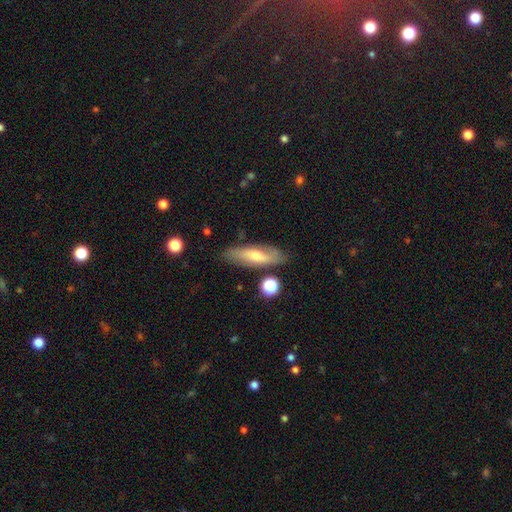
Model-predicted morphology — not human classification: The model was most divided on "smooth or featured": smooth: 51%, featured or disk: 42%, star or artifact: 7%. More confident: merging — none (81%); how rounded — cigar-shaped (55%).